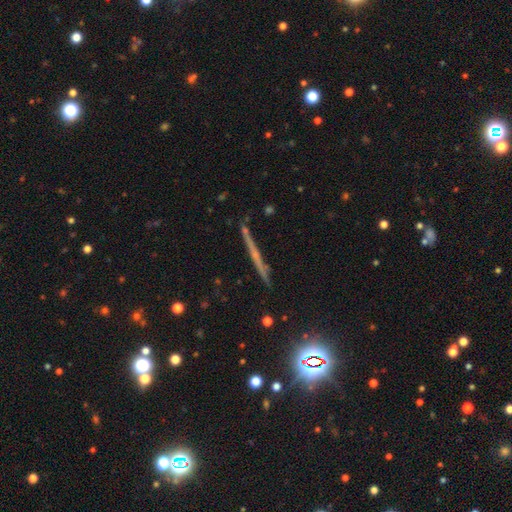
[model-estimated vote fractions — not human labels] Q: Smooth or featured?
A: featured or disk (56%); runner-up: smooth (29%)
Q: Edge-on disk?
A: yes (97%); runner-up: no (3%)
Q: Edge-on bulge?
A: none (75%); runner-up: rounded (19%)
Q: Merging?
A: none (87%); runner-up: minor disturbance (9%)